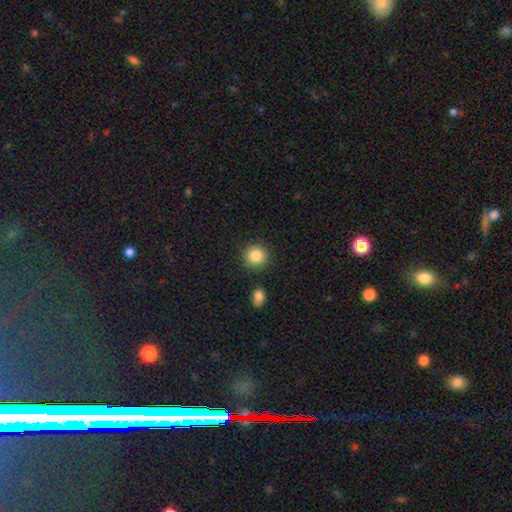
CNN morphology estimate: smooth 85%, star or artifact 9%, featured or disk 5%. Down the decision tree: how rounded — round (92%); merging — none (86%).